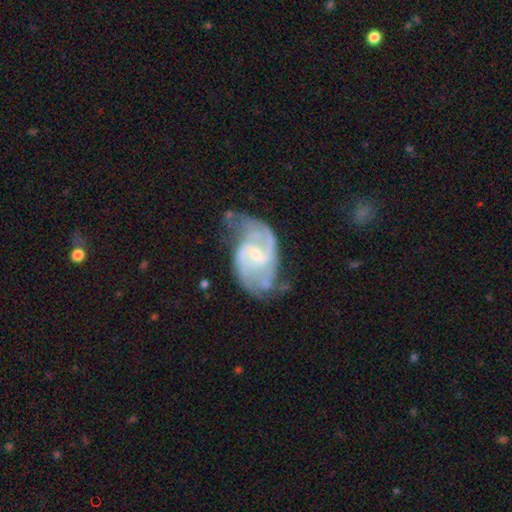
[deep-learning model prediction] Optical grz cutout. It shows a featured or disk galaxy (90%) with a weak bar (55%), 2 (79%) medium (53%) spiral arms (97%) and a small central bulge (65%). Merging: none (53%).